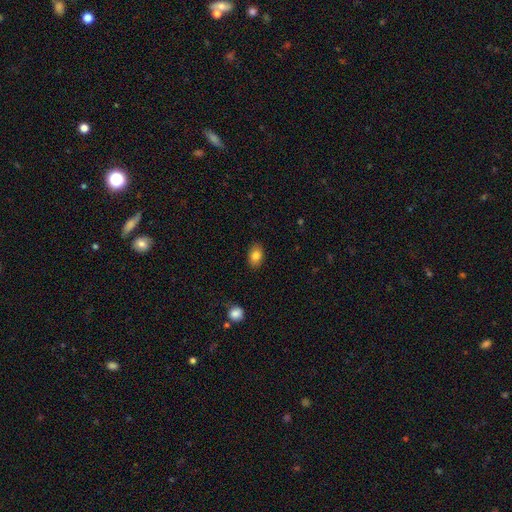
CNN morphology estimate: Smooth or featured: smooth — 83% (star or artifact — 8%)
How rounded: in between — 84% (round — 15%)
Merging: none — 87% (minor disturbance — 10%)